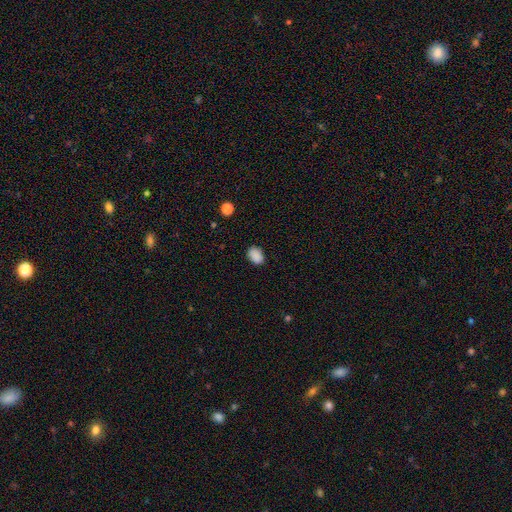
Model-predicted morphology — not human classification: Smooth or featured? Predicted: smooth (p=0.88). How rounded? Predicted: in between (p=0.78). Merging? Predicted: none (p=0.84).